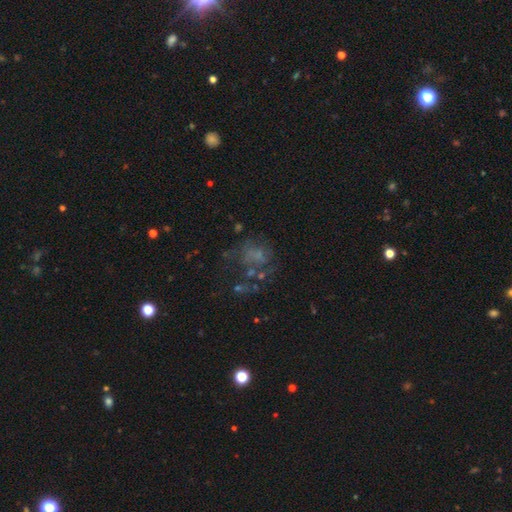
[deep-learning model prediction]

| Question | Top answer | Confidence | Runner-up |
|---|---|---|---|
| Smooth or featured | featured or disk | 48% | smooth (31%) |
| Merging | none | 36% | tied: major disturbance (36%) |